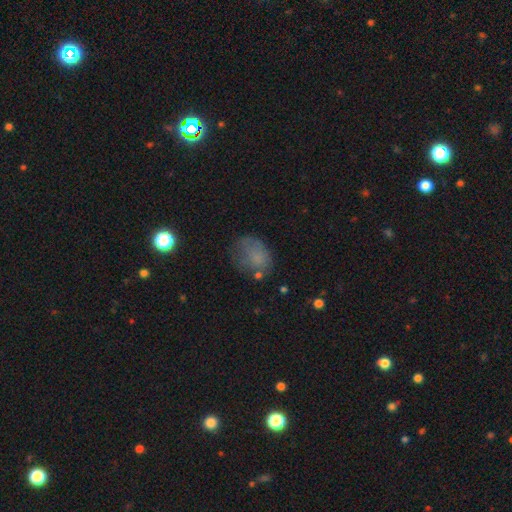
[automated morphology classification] smooth 67%, featured or disk 20%, star or artifact 14%. Down the decision tree: how rounded — in between (60%); merging — none (47%).